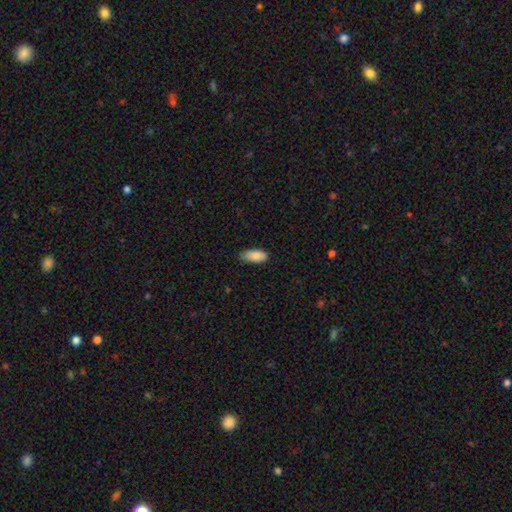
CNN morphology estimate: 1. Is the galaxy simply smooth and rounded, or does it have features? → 89% smooth, 7% star or artifact, 5% featured or disk.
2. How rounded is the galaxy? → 88% in between, 10% cigar-shaped, 2% round.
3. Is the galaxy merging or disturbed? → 76% none, 20% minor disturbance, 3% major disturbance, 1% merger.